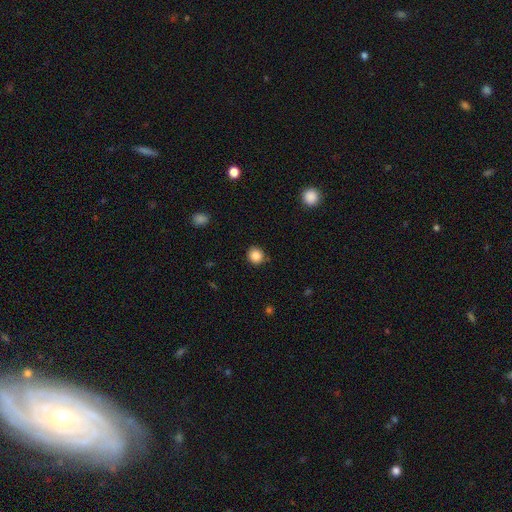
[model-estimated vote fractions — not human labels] Overall: smooth (86%). How rounded: round (90%). Merging: none (88%).